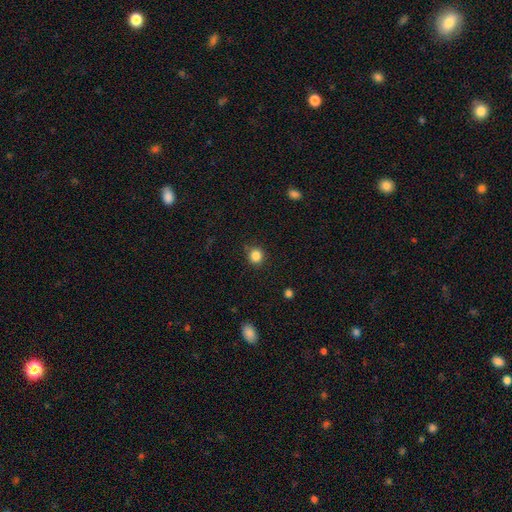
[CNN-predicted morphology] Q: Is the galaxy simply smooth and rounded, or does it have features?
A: smooth — 85%.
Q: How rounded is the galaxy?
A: round — 91%.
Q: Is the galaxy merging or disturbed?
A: none — 87%.